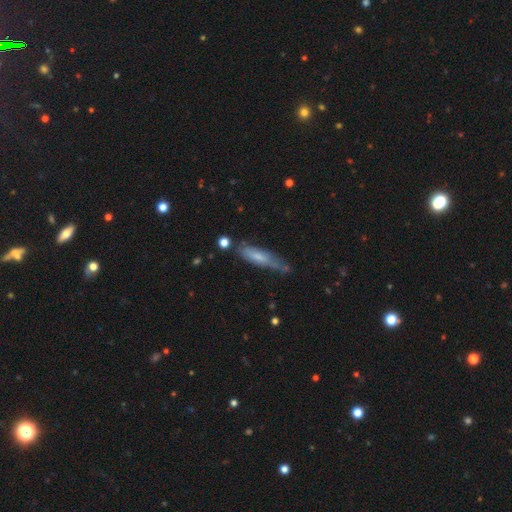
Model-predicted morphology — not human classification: Smooth or featured? Predicted: smooth (p=0.54). How rounded? Predicted: cigar-shaped (p=0.79). Merging? Predicted: none (p=0.58).